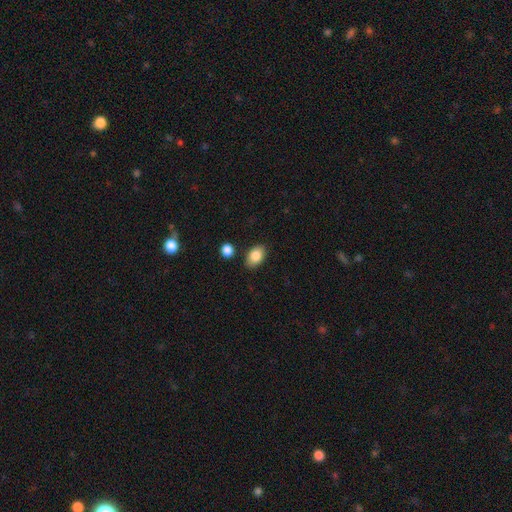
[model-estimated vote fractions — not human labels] The model was most divided on "merging": none: 82%, minor disturbance: 12%, merger: 4%, major disturbance: 3%. More confident: how rounded — in between (88%); smooth or featured — smooth (85%).